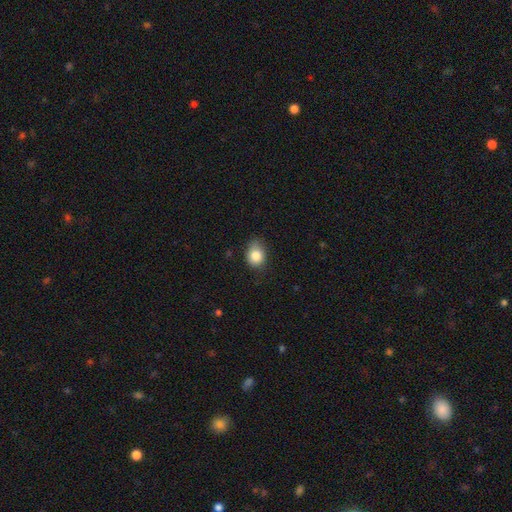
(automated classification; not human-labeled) smooth-or-featured: smooth: 83% | star or artifact: 9% | featured or disk: 7%
  how-rounded: in between: 51% | round: 48% | cigar-shaped: 1%
  merging: none: 63% | minor disturbance: 30% | major disturbance: 6% | merger: 2%